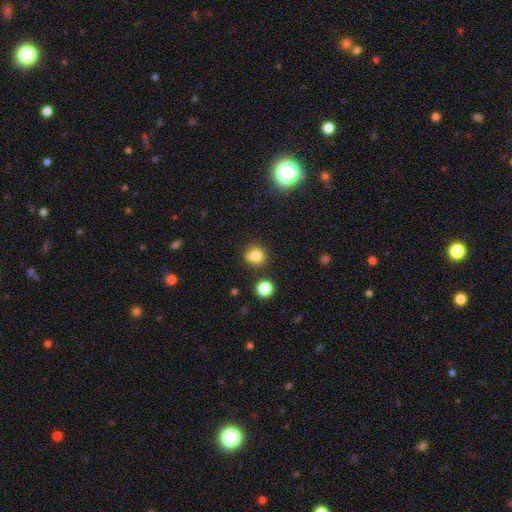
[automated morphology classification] Smooth or featured? smooth (78%)
How rounded? round (86%)
Merging? none (64%)